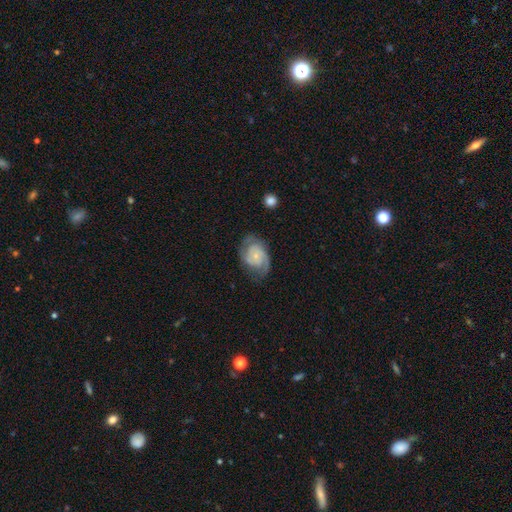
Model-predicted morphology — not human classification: This is likely a featured or disk galaxy (80%). It is clearly not viewed edge-on (98%). Bar: likely no (69%). Spiral arm pattern: clearly yes (95%). Spiral arm count: likely 2 (75%). Spiral winding: possibly medium (45%). Central bulge: likely small (72%). Merging: likely none (68%).